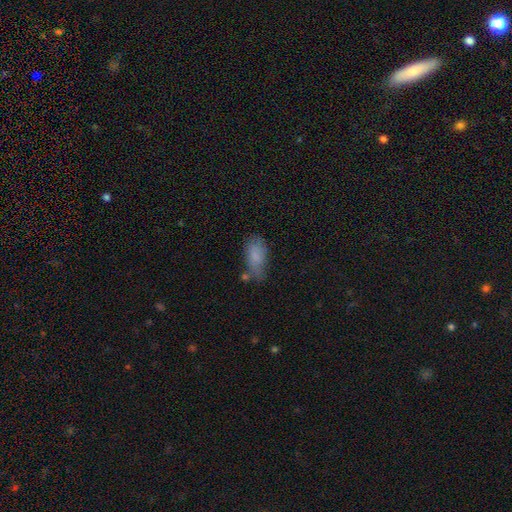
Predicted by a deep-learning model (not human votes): A smooth galaxy with no disk features (78%) that is in between round and cigar-shaped (87%). Merging: none (44%).